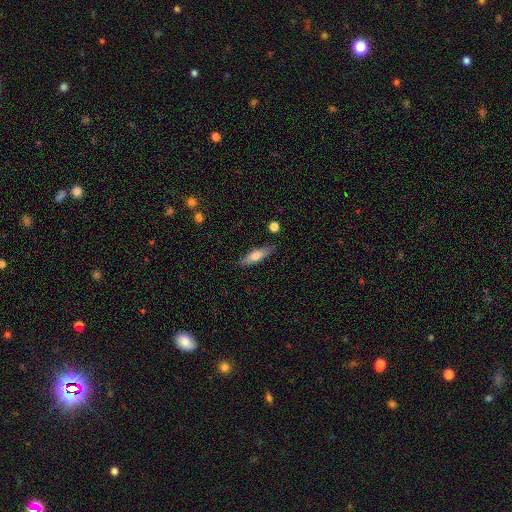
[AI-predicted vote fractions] Smooth or featured? smooth (62%)
How rounded? cigar-shaped (65%)
Merging? none (81%)